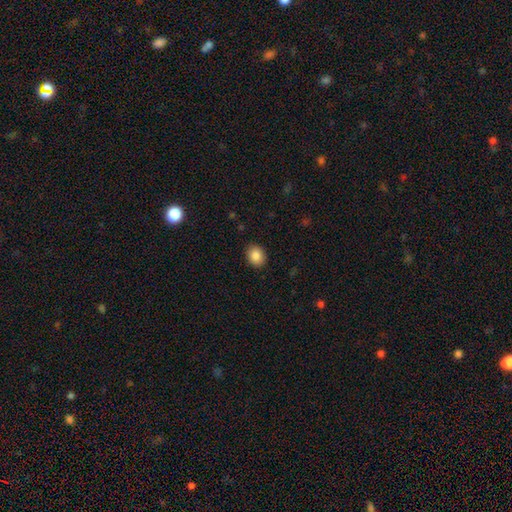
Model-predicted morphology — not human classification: A smooth galaxy with no disk features (87%) that is round (52%). Merging: none (90%).